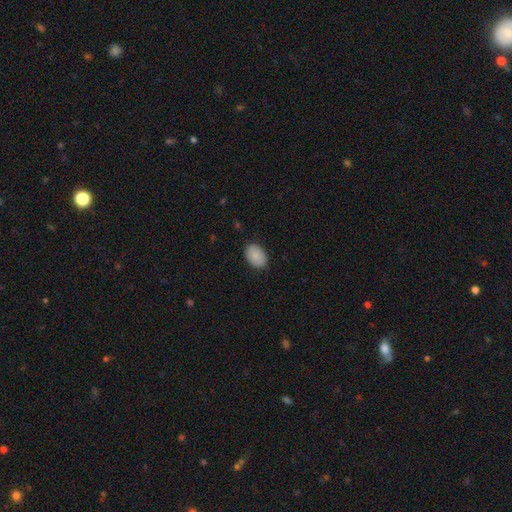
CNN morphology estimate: Q: Smooth or featured?
A: smooth (86%); runner-up: featured or disk (7%)
Q: How rounded?
A: in between (83%); runner-up: round (16%)
Q: Merging?
A: none (87%); runner-up: minor disturbance (10%)